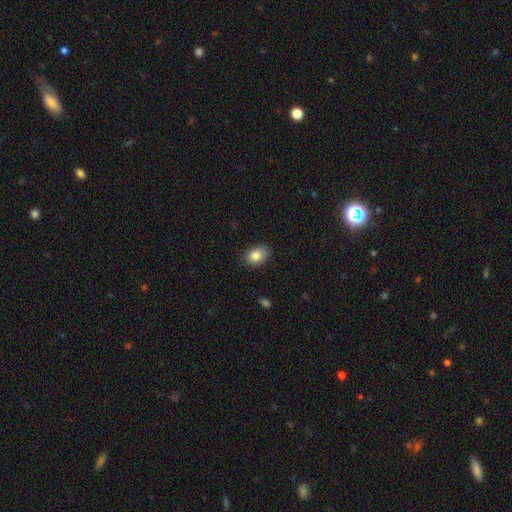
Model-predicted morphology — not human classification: Overall: smooth (84%). How rounded: in between (79%). Merging: none (82%).